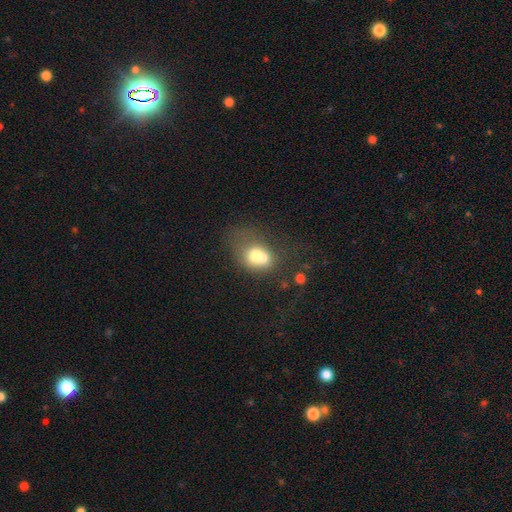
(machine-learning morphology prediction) A smooth galaxy with no disk features (64%) that is round (50%). Merging: merger (60%).